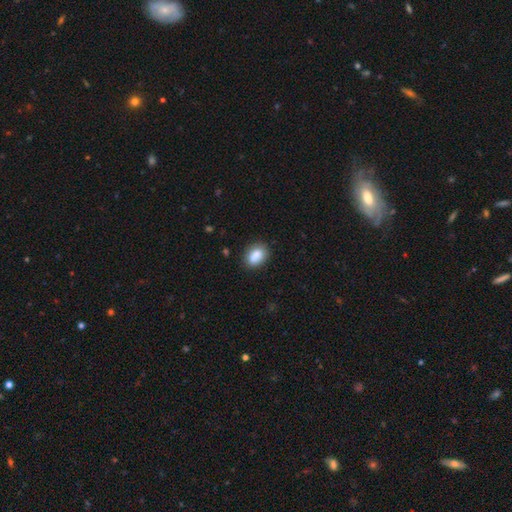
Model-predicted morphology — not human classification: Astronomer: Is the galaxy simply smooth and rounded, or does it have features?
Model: smooth — 85%.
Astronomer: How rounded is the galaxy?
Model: in between — 81%.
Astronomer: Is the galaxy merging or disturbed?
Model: none — 76%.